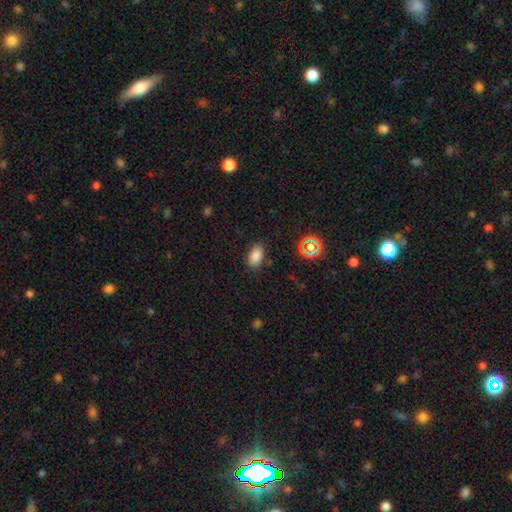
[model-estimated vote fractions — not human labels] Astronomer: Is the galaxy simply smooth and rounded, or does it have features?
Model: smooth — 83%.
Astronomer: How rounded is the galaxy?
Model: in between — 89%.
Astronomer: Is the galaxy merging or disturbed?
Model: none — 84%.